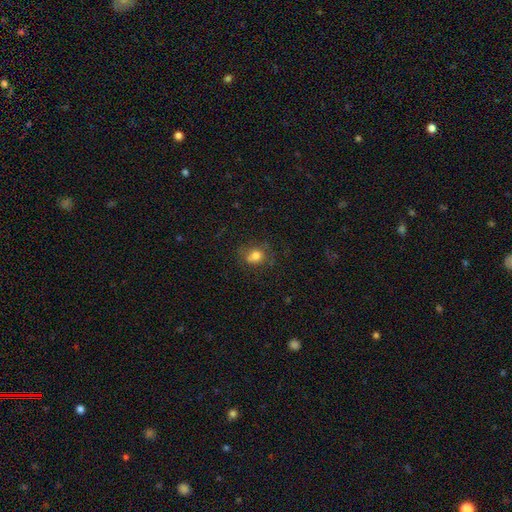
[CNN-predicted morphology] type=smooth (75%); roundness=round (66%); merging=none (62%).